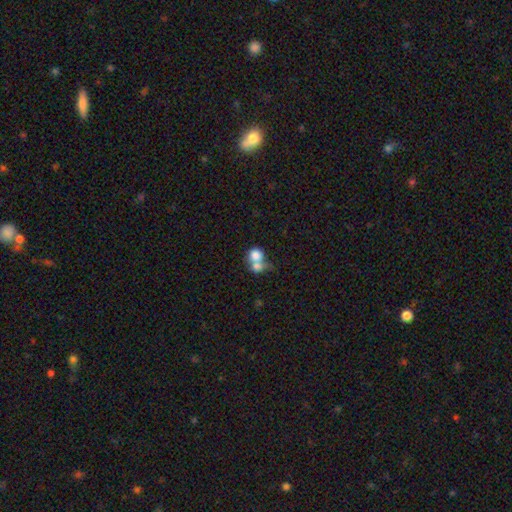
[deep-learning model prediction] Smooth or featured: smooth — 76% (featured or disk — 15%)
How rounded: round — 76% (in between — 23%)
Merging: merger — 69% (none — 21%)